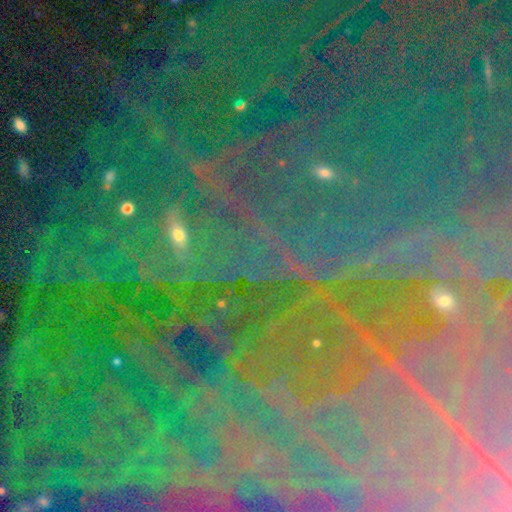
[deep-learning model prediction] This is clearly a star or artifact rather than a galaxy (86%).